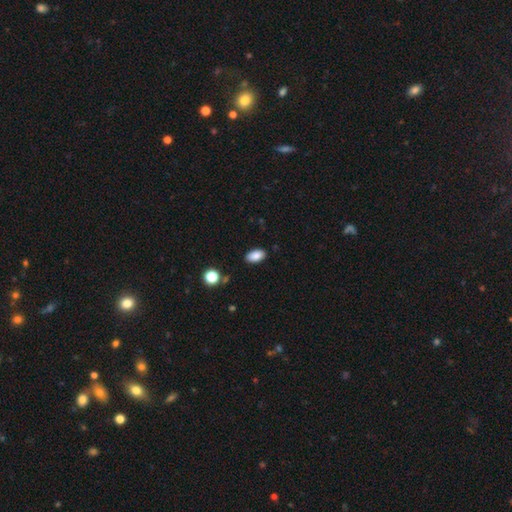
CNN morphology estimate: Overall: smooth (86%). How rounded: in between (93%). Merging: none (86%).